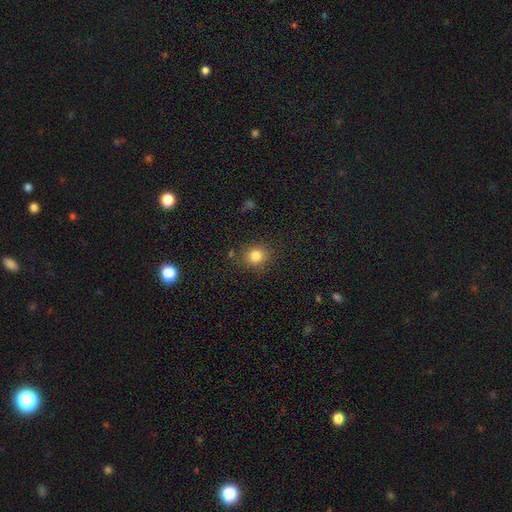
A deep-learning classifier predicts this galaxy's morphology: A smooth galaxy with no disk features (81%) that is round (80%). Merging: none (83%).